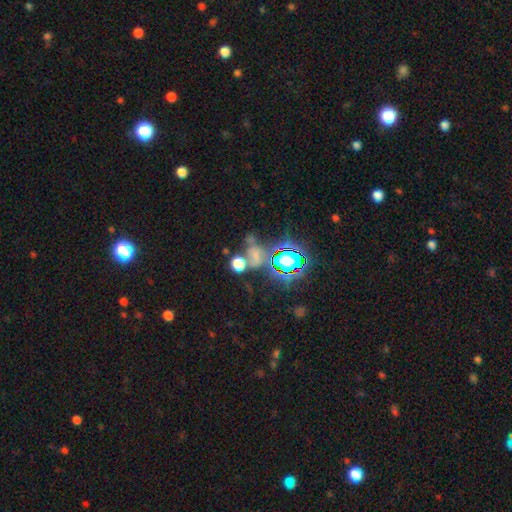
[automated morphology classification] star or artifact 47%, smooth 38%, featured or disk 15%.